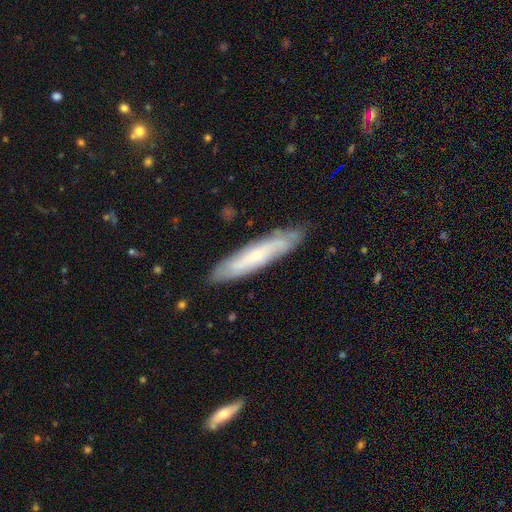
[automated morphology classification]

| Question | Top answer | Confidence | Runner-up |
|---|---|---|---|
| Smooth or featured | featured or disk | 53% | smooth (40%) |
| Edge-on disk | yes | 52% | no (48%) |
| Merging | none | 82% | minor disturbance (14%) |